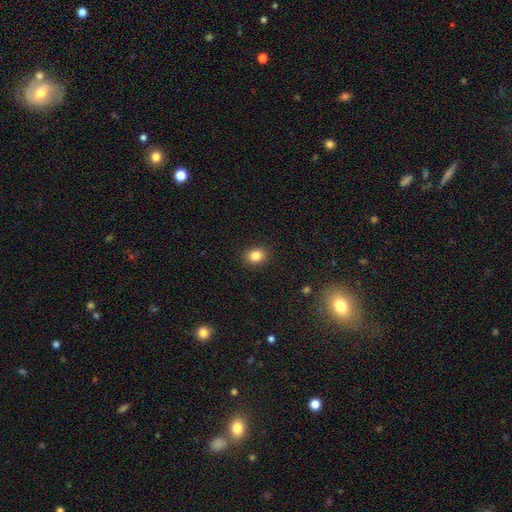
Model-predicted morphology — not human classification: A smooth galaxy with no disk features (84%) that is round (52%). Merging: none (90%).